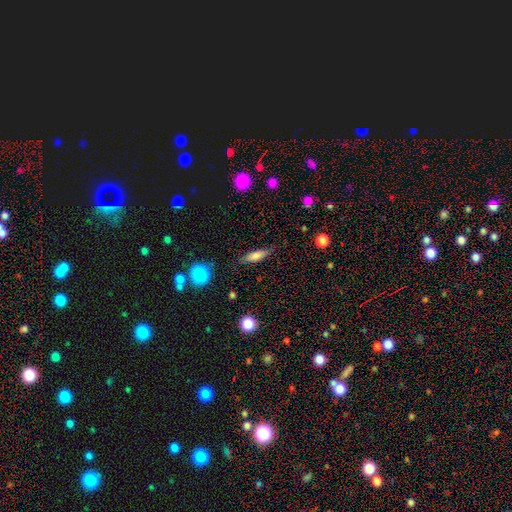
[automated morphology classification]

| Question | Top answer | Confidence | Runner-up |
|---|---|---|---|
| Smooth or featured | smooth | 71% | featured or disk (20%) |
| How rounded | cigar-shaped | 56% | in between (40%) |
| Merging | none | 81% | minor disturbance (14%) |